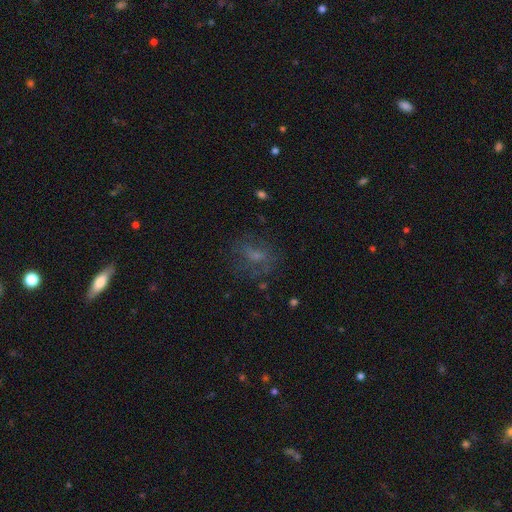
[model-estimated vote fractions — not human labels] Q: Smooth or featured?
A: smooth (46%); runner-up: featured or disk (34%)
Q: Merging?
A: none (60%); runner-up: major disturbance (19%)